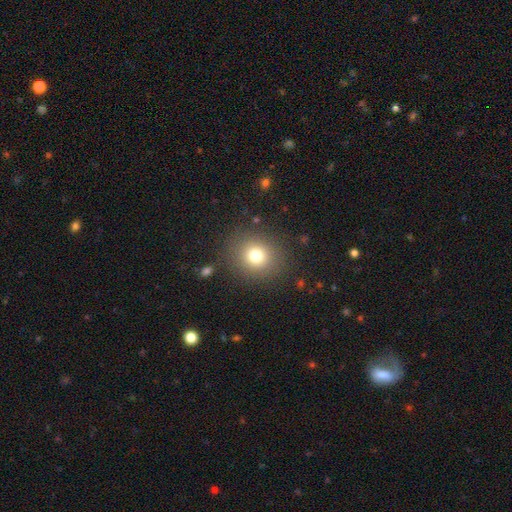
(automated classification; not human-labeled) A smooth galaxy with no disk features (76%) that is round (84%). Merging: none (86%).